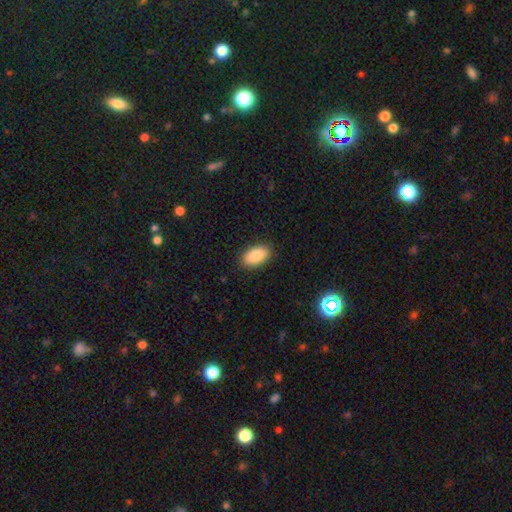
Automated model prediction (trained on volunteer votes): smooth 87%, star or artifact 7%, featured or disk 6%. Down the decision tree: how rounded — in between (94%); merging — none (89%).